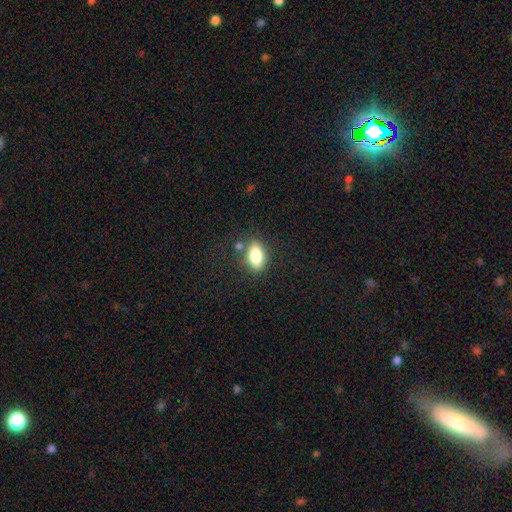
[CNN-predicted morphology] smooth-or-featured: smooth: 79% | featured or disk: 12% | star or artifact: 9%
  how-rounded: in between: 86% | round: 10% | cigar-shaped: 5%
  merging: none: 77% | minor disturbance: 13% | merger: 6% | major disturbance: 3%